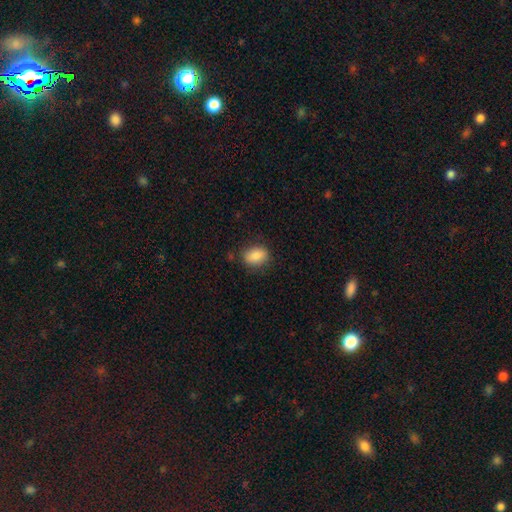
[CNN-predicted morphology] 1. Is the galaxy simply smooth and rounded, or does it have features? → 85% smooth, 8% star or artifact, 7% featured or disk.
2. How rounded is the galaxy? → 71% in between, 27% round, 1% cigar-shaped.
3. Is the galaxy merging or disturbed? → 79% none, 15% minor disturbance, 4% major disturbance, 2% merger.